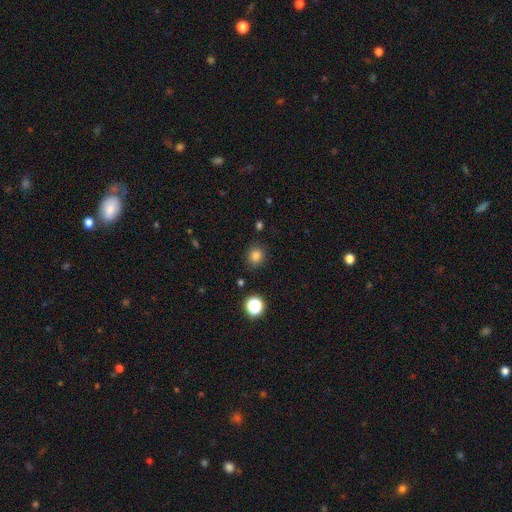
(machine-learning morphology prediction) This appears to be a smooth galaxy with no disk features (81%) that is round (85%). Merging: none (87%).